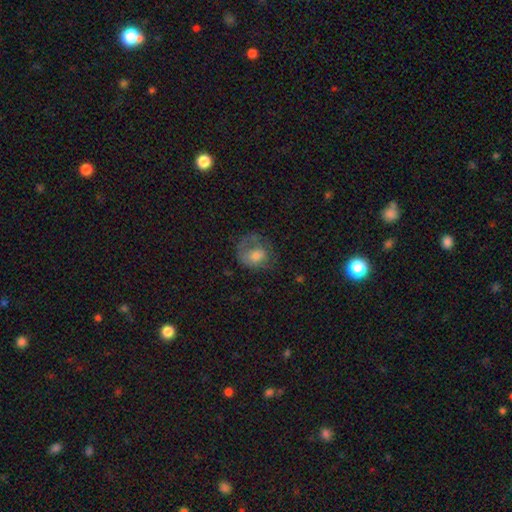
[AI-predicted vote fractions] This appears to be a smooth galaxy with no disk features (54%) that is round (60%). Merging: none (41%).